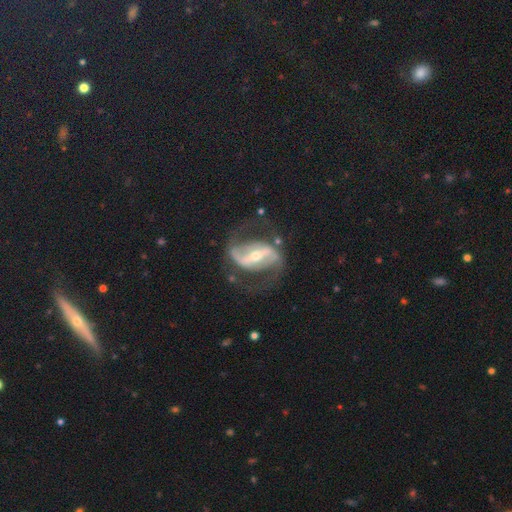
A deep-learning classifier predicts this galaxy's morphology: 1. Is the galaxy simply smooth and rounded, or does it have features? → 90% featured or disk, 5% star or artifact, 5% smooth.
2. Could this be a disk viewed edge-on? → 96% no, 4% yes.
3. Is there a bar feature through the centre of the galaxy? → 65% strong, 26% weak, 10% no.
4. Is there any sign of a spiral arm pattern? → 96% yes, 4% no.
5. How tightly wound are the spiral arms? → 52% medium, 36% loose, 12% tight.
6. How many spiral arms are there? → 93% 2, 2% can't tell, 2% 1, 1% 3, 1% 4, 1% more than 4.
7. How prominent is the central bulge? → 48% small, 47% moderate, 3% large, 1% none, 1% dominant.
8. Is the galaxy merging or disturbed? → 72% none, 14% minor disturbance, 12% major disturbance, 2% merger.